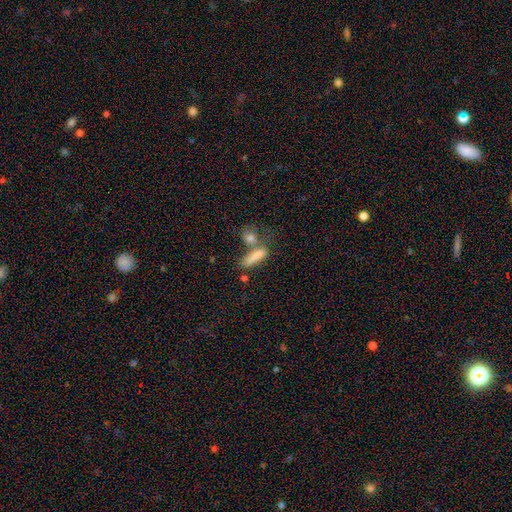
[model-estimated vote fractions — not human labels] smooth 79%, featured or disk 12%, star or artifact 9%. Down the decision tree: how rounded — cigar-shaped (56%); merging — none (41%).